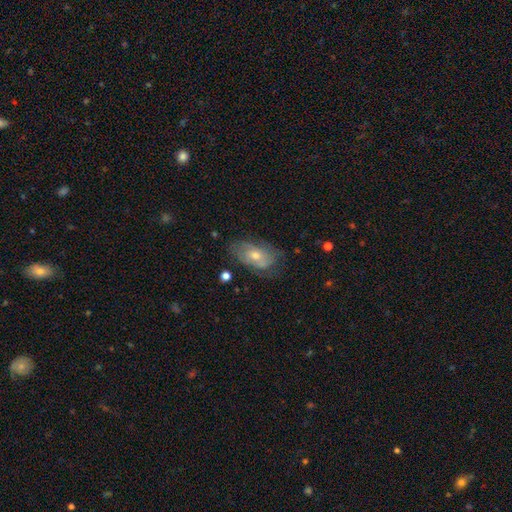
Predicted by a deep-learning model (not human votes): Morphology: type=featured or disk (50%); edge-on=no (92%); merging=none (61%).